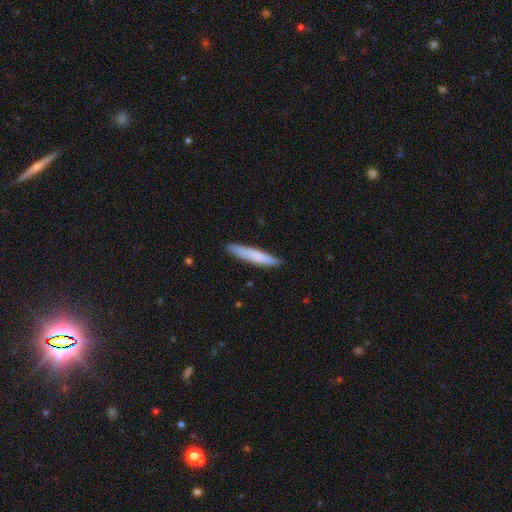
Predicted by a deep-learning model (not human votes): smooth_or_featured: smooth (p=0.75) [alt: featured or disk p=0.19]
how_rounded: cigar-shaped (p=0.93) [alt: in between p=0.06]
merging: none (p=0.88) [alt: minor disturbance p=0.10]